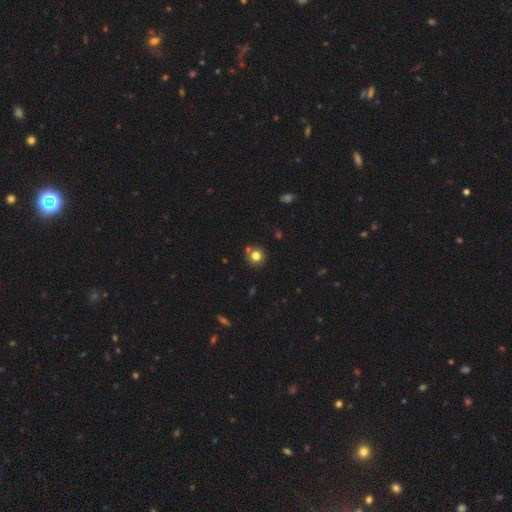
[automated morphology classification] The model was most divided on "smooth or featured": smooth: 78%, star or artifact: 13%, featured or disk: 9%. More confident: how rounded — round (91%); merging — none (78%).